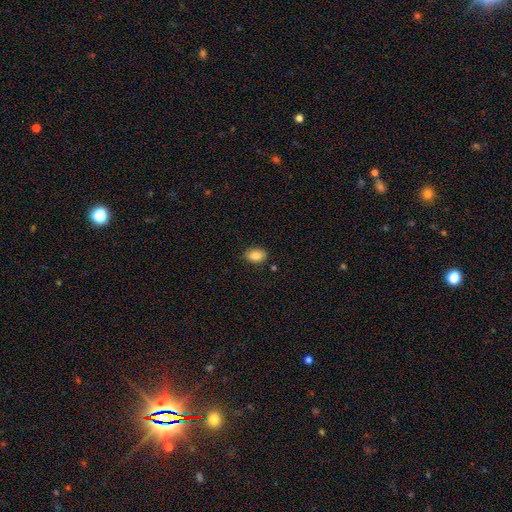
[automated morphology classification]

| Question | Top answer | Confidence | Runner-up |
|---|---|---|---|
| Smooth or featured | smooth | 83% | star or artifact (8%) |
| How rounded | in between | 84% | round (14%) |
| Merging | none | 83% | minor disturbance (13%) |